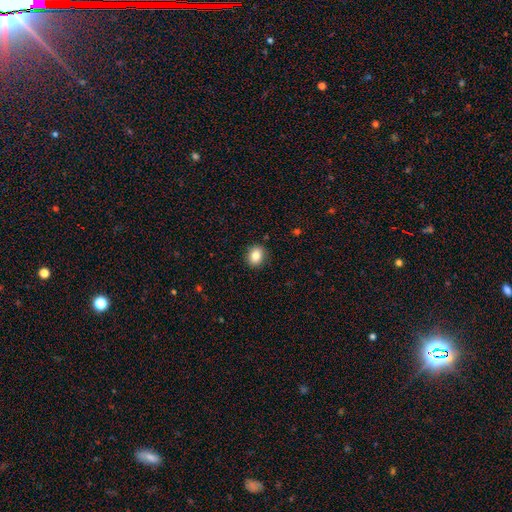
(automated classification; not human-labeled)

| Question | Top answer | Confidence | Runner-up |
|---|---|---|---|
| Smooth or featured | smooth | 84% | star or artifact (10%) |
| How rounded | round | 64% | in between (35%) |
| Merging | none | 88% | minor disturbance (8%) |